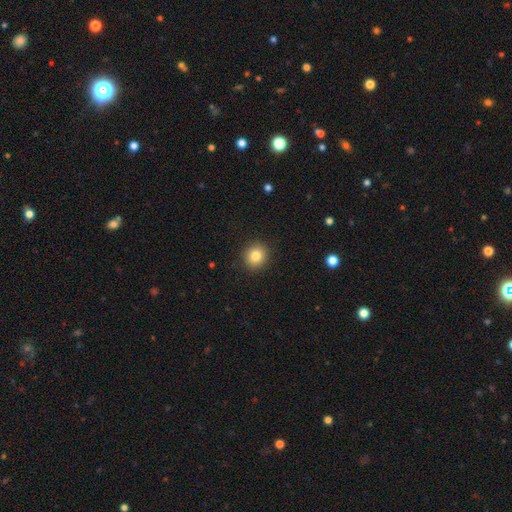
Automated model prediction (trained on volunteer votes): This is clearly a smooth galaxy (83%). How rounded: clearly round (86%). Merging: clearly none (91%).